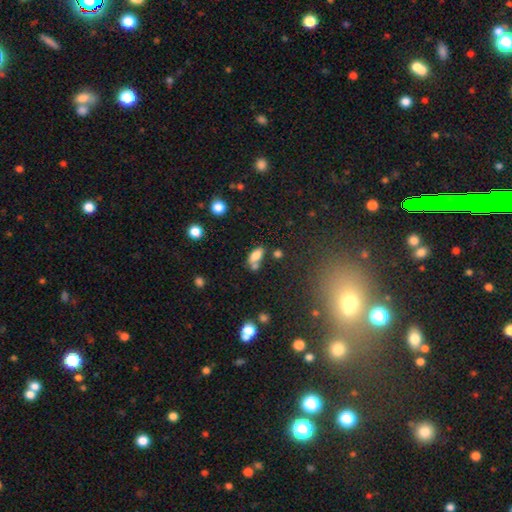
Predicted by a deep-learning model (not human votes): A smooth galaxy with no disk features (77%) that is in between round and cigar-shaped (87%).

Vote fractions:
- Smooth or featured? smooth: 77% / featured or disk: 13% / star or artifact: 10%
- How rounded? in between: 87% / cigar-shaped: 8% / round: 5%
- Merging? none: 42% / merger: 36% / minor disturbance: 15% / major disturbance: 7%